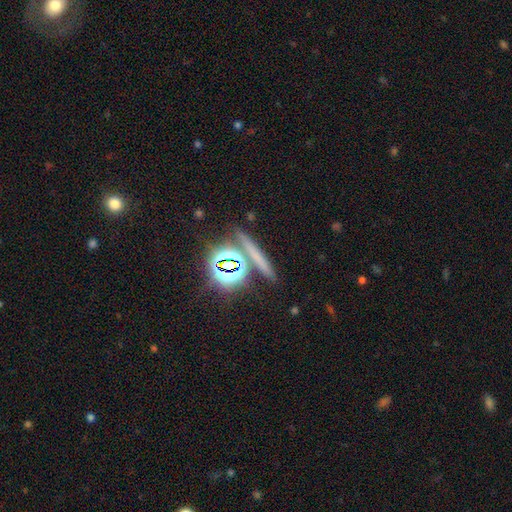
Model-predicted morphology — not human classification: smooth-or-featured: star or artifact: 41% | smooth: 39% | featured or disk: 20%